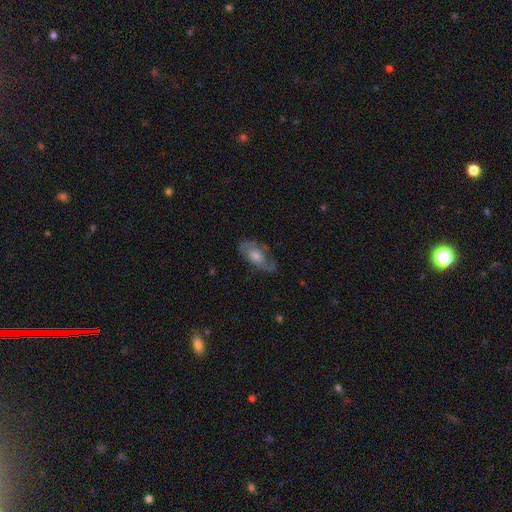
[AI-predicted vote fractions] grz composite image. It shows a featured or disk galaxy (69%) with no bar (68%), 2 (69%) medium (46%) spiral arms (84%) and a moderate central bulge (57%). Merging: none (73%).